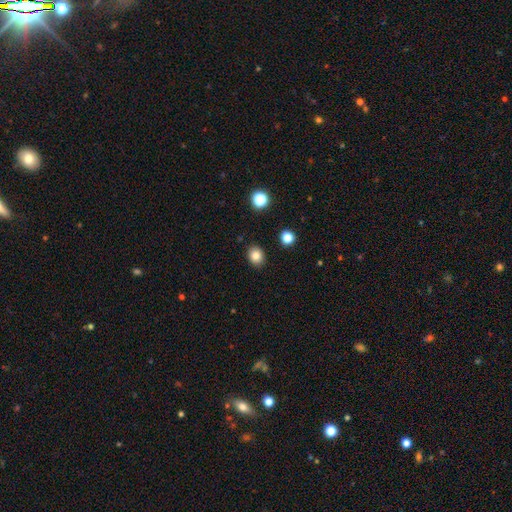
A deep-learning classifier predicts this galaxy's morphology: Overall: smooth (83%). How rounded: round (59%; in between 40%). Merging: none (89%).